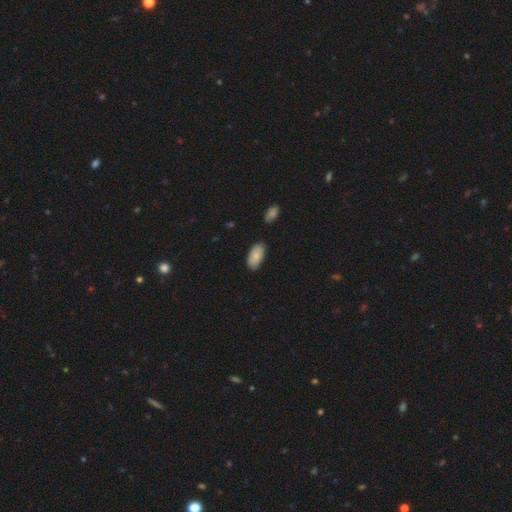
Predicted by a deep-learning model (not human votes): The model was most divided on "merging": none: 76%, minor disturbance: 18%, merger: 3%, major disturbance: 3%. More confident: how rounded — in between (94%); smooth or featured — smooth (82%).